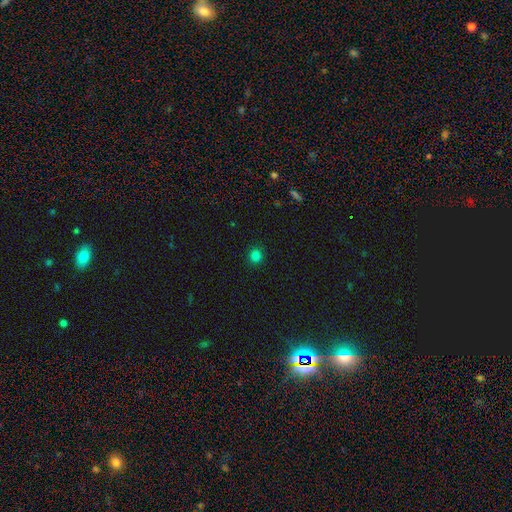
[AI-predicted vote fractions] Q: Smooth or featured?
A: smooth (81%); runner-up: star or artifact (15%)
Q: How rounded?
A: round (91%); runner-up: in between (8%)
Q: Merging?
A: none (92%); runner-up: minor disturbance (5%)